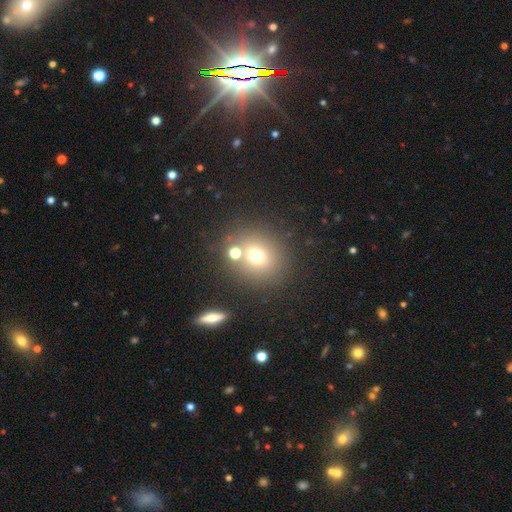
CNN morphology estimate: A smooth galaxy with no disk features (67%) that is round (79%).

Vote fractions:
- Smooth or featured? smooth: 67% / star or artifact: 19% / featured or disk: 14%
- How rounded? round: 79% / in between: 20% / cigar-shaped: 1%
- Merging? none: 68% / merger: 17% / minor disturbance: 10% / major disturbance: 5%